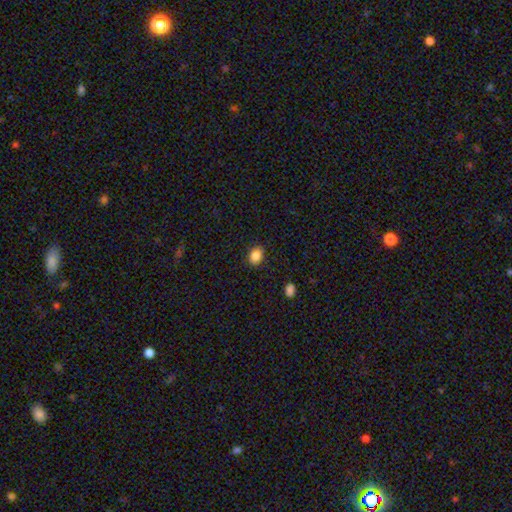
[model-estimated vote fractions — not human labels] Overall: smooth (86%). How rounded: in between (61%; round 38%). Merging: none (88%).